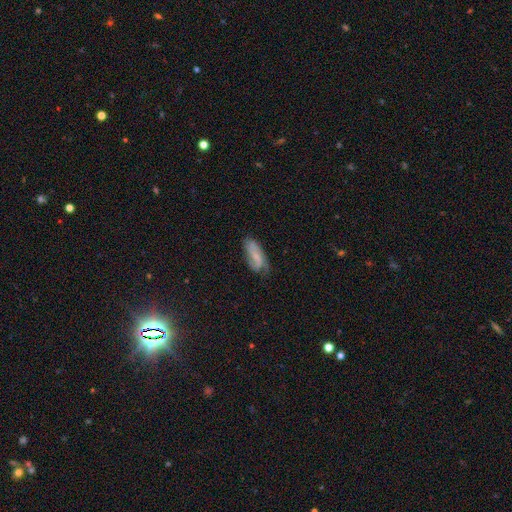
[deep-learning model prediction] Smooth or featured? Predicted: featured or disk (p=0.50). Edge-on disk? Predicted: no (p=0.90). Merging? Predicted: none (p=0.61).